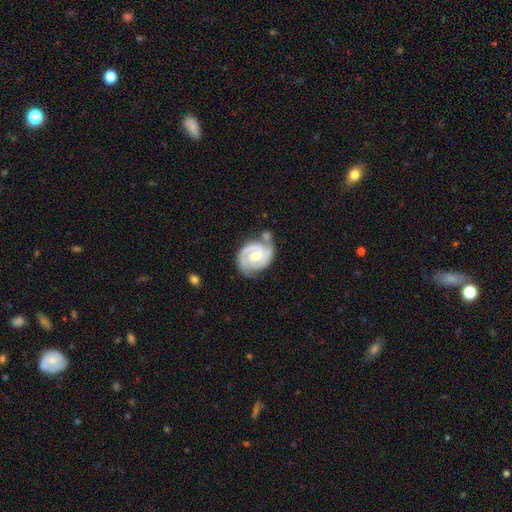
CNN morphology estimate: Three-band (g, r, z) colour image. It shows a featured or disk galaxy (89%) with no bar (45%), 2 (79%) tight (60%) spiral arms (97%) and a moderate central bulge (68%). Merging: none (61%).